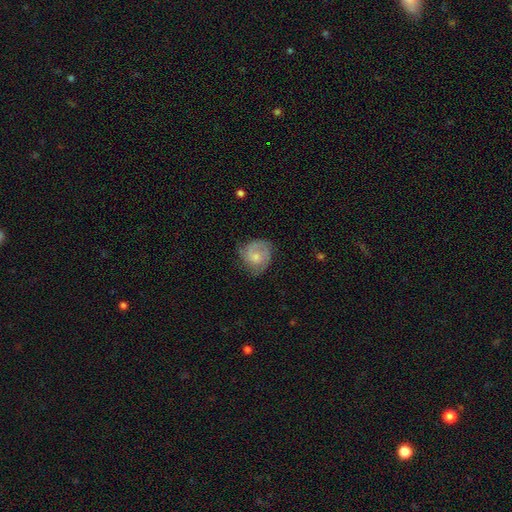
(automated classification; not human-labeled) Smooth or featured: featured or disk — 60% (smooth — 34%)
Edge-on disk: no — 98% (yes — 2%)
Bar: no — 71% (weak — 25%)
Spiral arms: yes — 89% (no — 11%)
Spiral winding: tight — 47% (medium — 39%)
Spiral arm count: 2 — 45% (can't tell — 22%)
Bulge size: small — 58% (moderate — 34%)
Merging: none — 64% (minor disturbance — 25%)